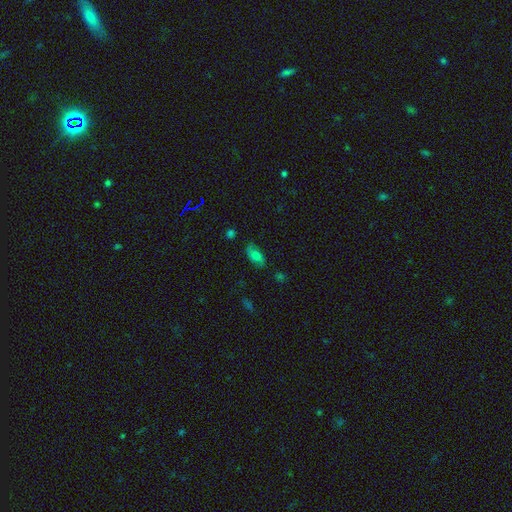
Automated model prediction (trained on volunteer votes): Smooth or featured?
  - smooth: 66% *
  - featured or disk: 22%
  - star or artifact: 12%
How rounded?
  - in between: 88% *
  - cigar-shaped: 8%
  - round: 4%
Merging?
  - none: 74% *
  - minor disturbance: 19%
  - major disturbance: 5%
  - merger: 2%